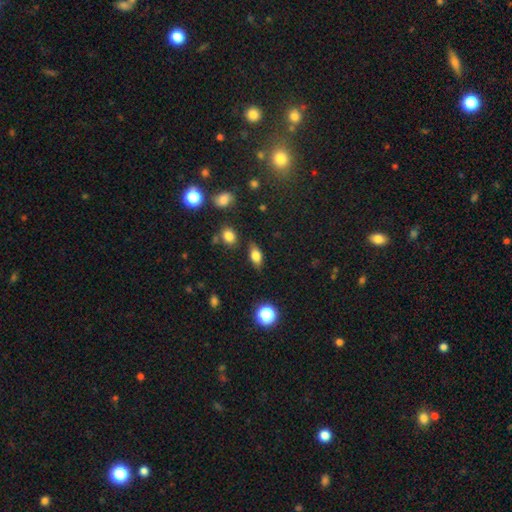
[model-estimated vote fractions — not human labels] Q: Smooth or featured?
A: smooth (68%); runner-up: featured or disk (21%)
Q: How rounded?
A: in between (77%); runner-up: cigar-shaped (12%)
Q: Merging?
A: none (80%); runner-up: minor disturbance (13%)